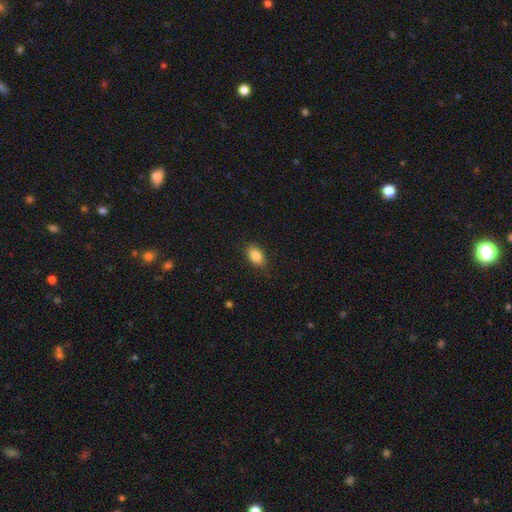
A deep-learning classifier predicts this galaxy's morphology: A smooth galaxy with no disk features (86%) that is in between round and cigar-shaped (89%). Merging: none (86%).